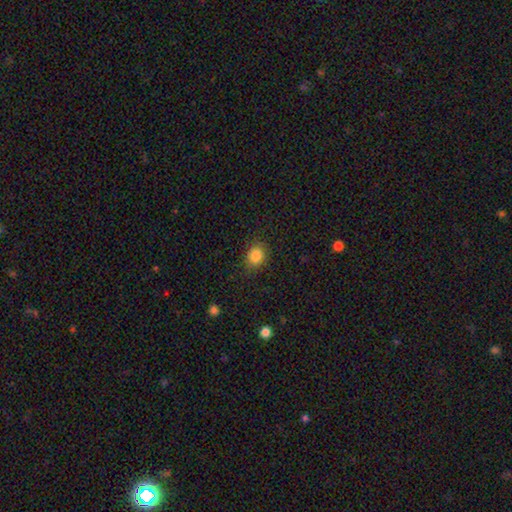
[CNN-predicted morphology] Smooth or featured: smooth — 84% (star or artifact — 11%)
How rounded: round — 64% (in between — 35%)
Merging: none — 84% (minor disturbance — 11%)